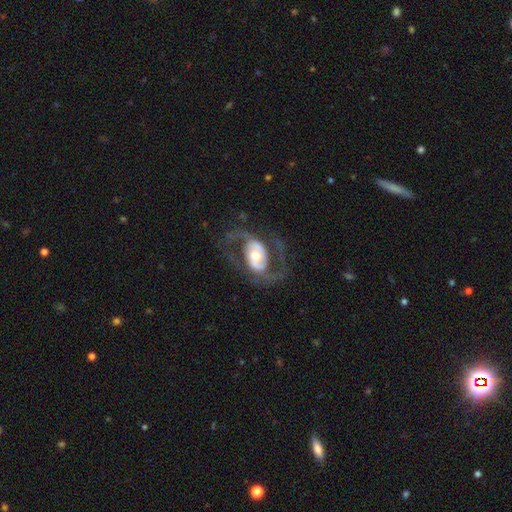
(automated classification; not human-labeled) Smooth or featured?
  - featured or disk: 84% *
  - smooth: 11%
  - star or artifact: 5%
Edge-on disk?
  - no: 96% *
  - yes: 4%
Bar?
  - no: 46% *
  - weak: 33%
  - strong: 22%
Spiral arms?
  - yes: 88% *
  - no: 12%
Spiral winding?
  - medium: 50% *
  - loose: 37%
  - tight: 14%
Spiral arm count?
  - 2: 90% *
  - can't tell: 4%
  - 1: 2%
  - 3: 2%
  - 4: 1%
  - more than 4: 1%
Bulge size?
  - moderate: 64% *
  - small: 18%
  - large: 15%
  - dominant: 2%
  - none: 1%
Merging?
  - none: 64% *
  - major disturbance: 20%
  - minor disturbance: 14%
  - merger: 2%